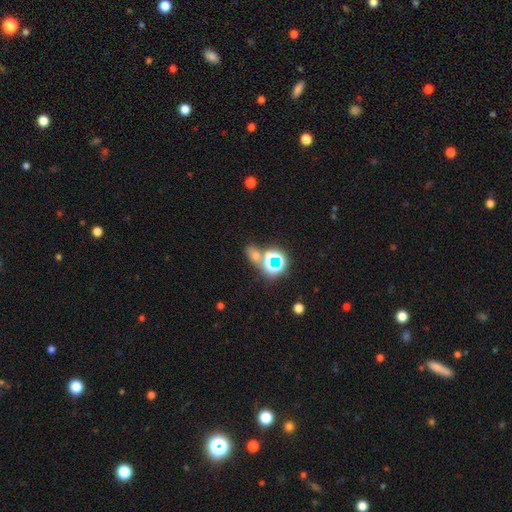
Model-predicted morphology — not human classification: A star or artifact, not a galaxy (48%).